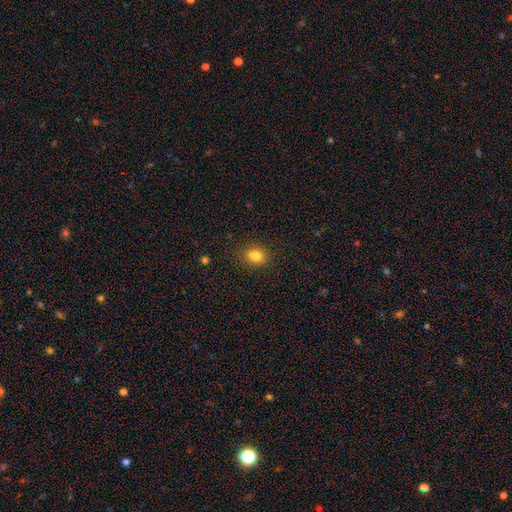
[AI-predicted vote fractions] Morphology: type=smooth (81%); roundness=in between (59%); merging=none (80%).